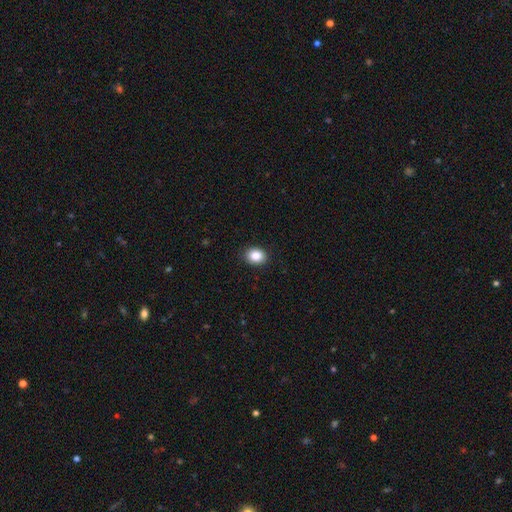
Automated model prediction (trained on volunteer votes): The model was most divided on "how rounded": in between: 57%, round: 42%, cigar-shaped: 1%. More confident: merging — none (90%); smooth or featured — smooth (86%).